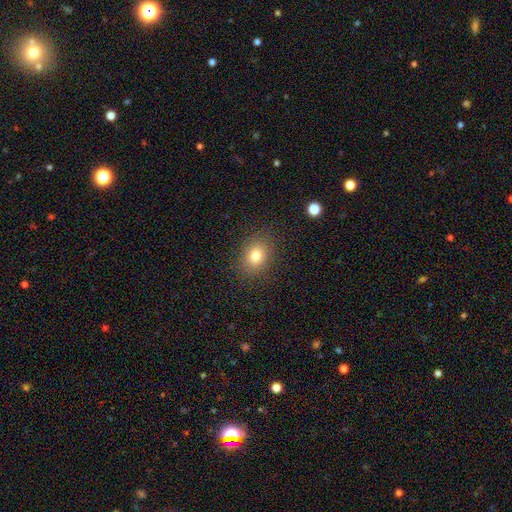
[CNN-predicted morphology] A smooth galaxy with no disk features (78%) that is in between round and cigar-shaped (50%). Merging: none (86%).